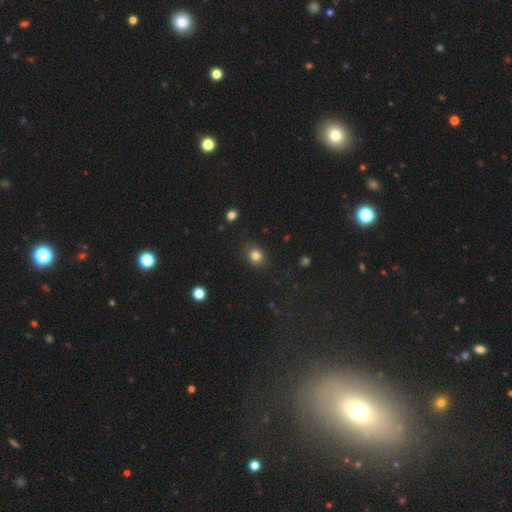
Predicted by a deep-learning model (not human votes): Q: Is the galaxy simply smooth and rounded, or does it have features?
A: smooth — 82%.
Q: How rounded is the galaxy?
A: round — 73%.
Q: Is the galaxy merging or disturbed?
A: none — 85%.